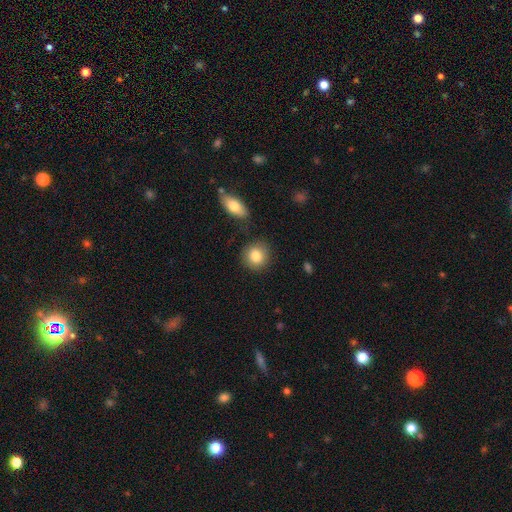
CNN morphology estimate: Q: Smooth or featured?
A: smooth (84%); runner-up: featured or disk (8%)
Q: How rounded?
A: round (84%); runner-up: in between (15%)
Q: Merging?
A: none (84%); runner-up: minor disturbance (9%)